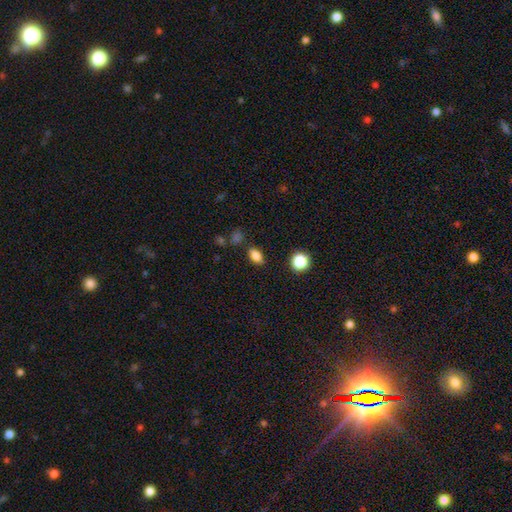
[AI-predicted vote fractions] smooth_or_featured: smooth (p=0.82) [alt: star or artifact p=0.11]
how_rounded: in between (p=0.81) [alt: round p=0.14]
merging: none (p=0.82) [alt: minor disturbance p=0.12]